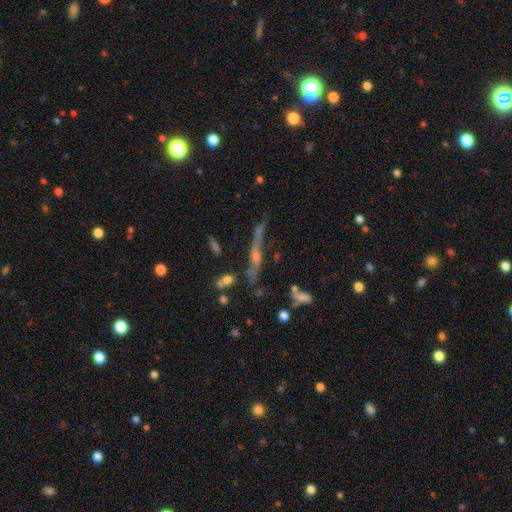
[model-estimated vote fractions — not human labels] This appears to be a featured or disk galaxy (67%) viewed edge-on (82%) with a rounded central bulge (68%). Merging: none (58%).